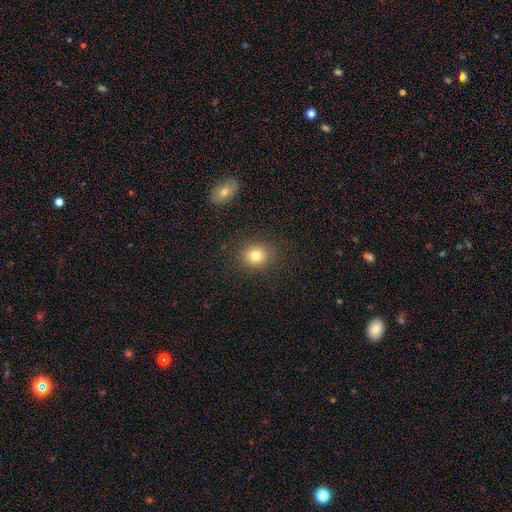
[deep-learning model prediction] This is likely a smooth galaxy (79%). How rounded: likely round (74%). Merging: clearly none (86%).